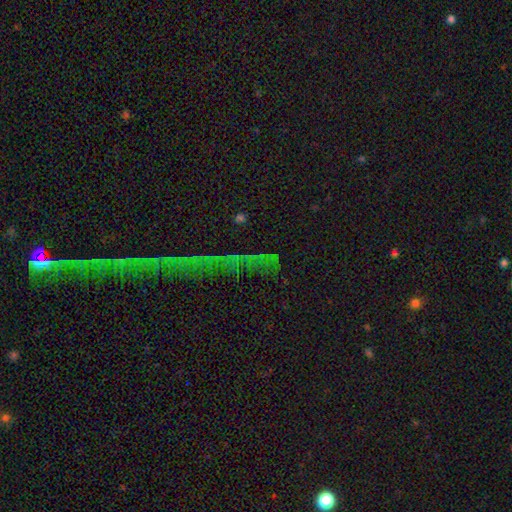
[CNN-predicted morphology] A star or artifact, not a galaxy (73%).